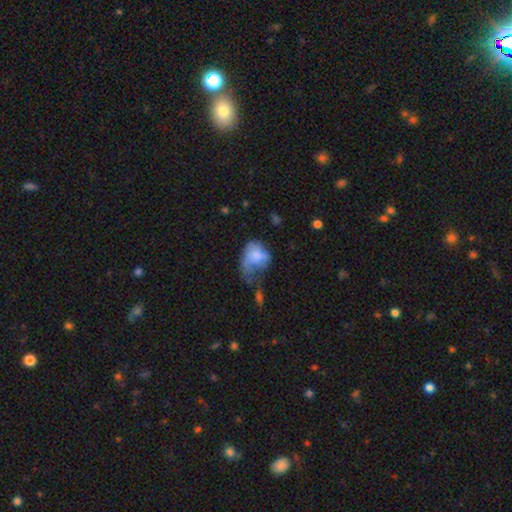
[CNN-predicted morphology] Smooth or featured? smooth (62%)
How rounded? in between (68%)
Merging? major disturbance (53%)